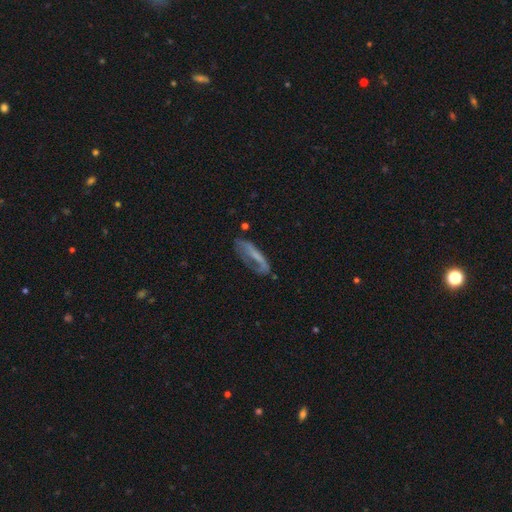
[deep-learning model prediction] A featured or disk galaxy (47%).

Vote fractions:
- Smooth or featured? featured or disk: 47% / smooth: 44% / star or artifact: 10%
- Merging? none: 44% / minor disturbance: 26% / major disturbance: 26% / merger: 4%